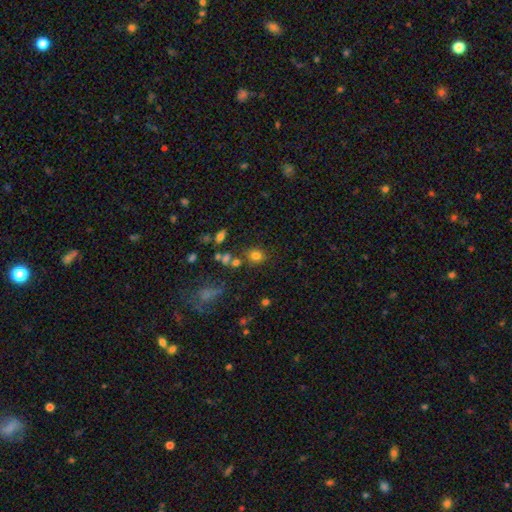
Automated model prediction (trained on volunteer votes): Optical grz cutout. It shows a smooth galaxy with no disk features (77%) that is round (72%). Merging: none (75%).